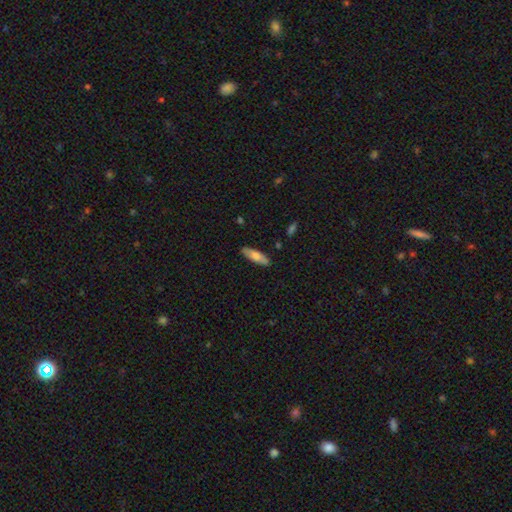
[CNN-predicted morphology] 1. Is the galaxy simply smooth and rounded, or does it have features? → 73% smooth, 21% featured or disk, 6% star or artifact.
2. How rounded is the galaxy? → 58% cigar-shaped, 40% in between, 2% round.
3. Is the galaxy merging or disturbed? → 87% none, 10% minor disturbance, 2% major disturbance, 1% merger.